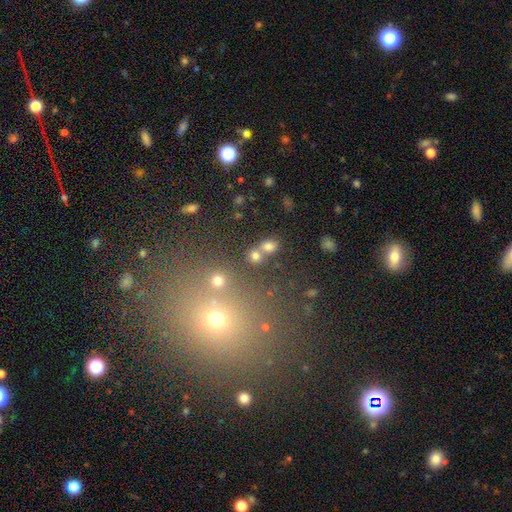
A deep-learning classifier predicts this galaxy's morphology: smooth-or-featured: smooth: 56% | star or artifact: 32% | featured or disk: 12%
  how-rounded: round: 55% | in between: 42% | cigar-shaped: 3%
  merging: none: 76% | merger: 11% | minor disturbance: 9% | major disturbance: 5%